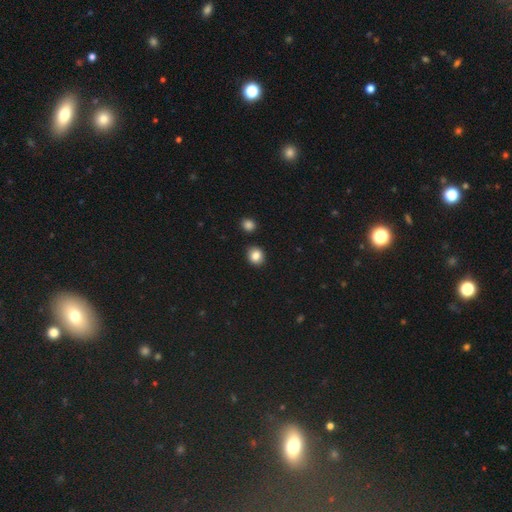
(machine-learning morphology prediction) The model was most divided on "how rounded": round: 77%, in between: 22%, cigar-shaped: 1%. More confident: merging — none (88%); smooth or featured — smooth (85%).